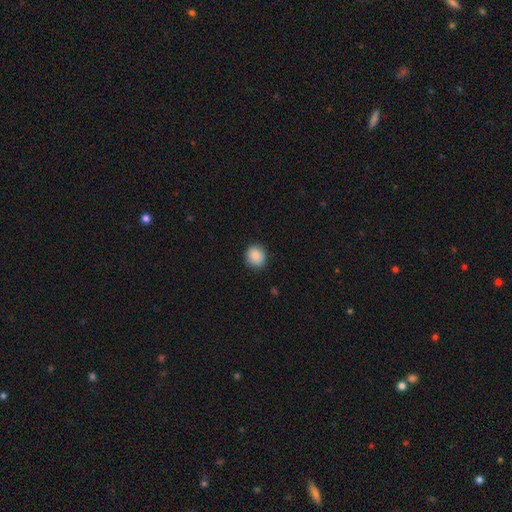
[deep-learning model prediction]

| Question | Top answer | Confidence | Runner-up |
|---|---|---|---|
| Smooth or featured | smooth | 88% | star or artifact (8%) |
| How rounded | round | 83% | in between (16%) |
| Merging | none | 89% | minor disturbance (8%) |